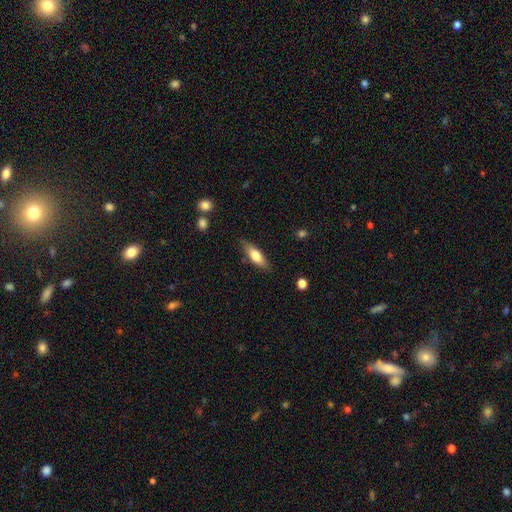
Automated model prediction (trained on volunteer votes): smooth 68%, featured or disk 26%, star or artifact 6%. Down the decision tree: how rounded — in between (56%); merging — none (80%).